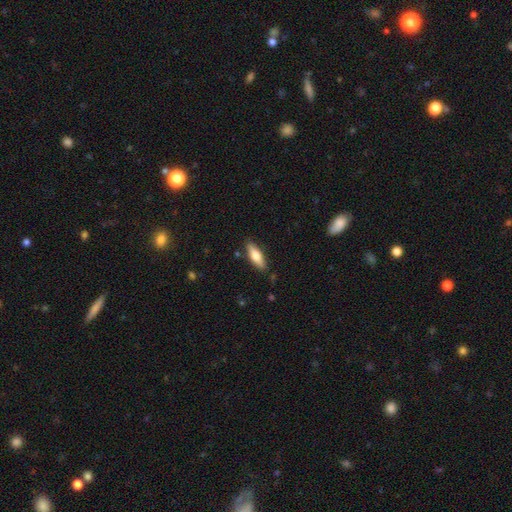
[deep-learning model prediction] The model was most divided on "how rounded": in between: 50%, cigar-shaped: 48%, round: 2%. More confident: merging — none (85%); smooth or featured — smooth (64%).